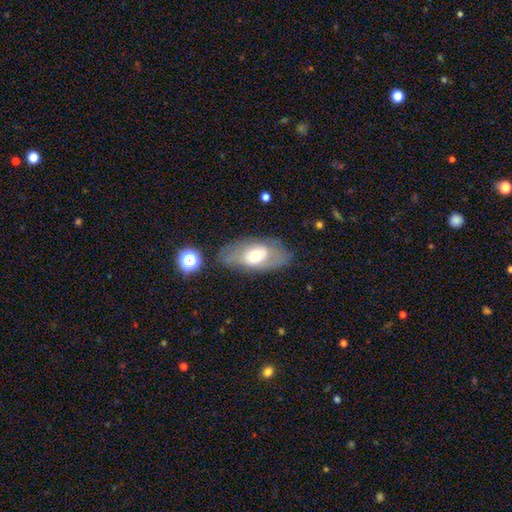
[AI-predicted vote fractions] Smooth or featured?
  - smooth: 50% *
  - featured or disk: 42%
  - star or artifact: 8%
How rounded?
  - in between: 89% *
  - round: 7%
  - cigar-shaped: 4%
Merging?
  - none: 73% *
  - minor disturbance: 17%
  - major disturbance: 8%
  - merger: 3%